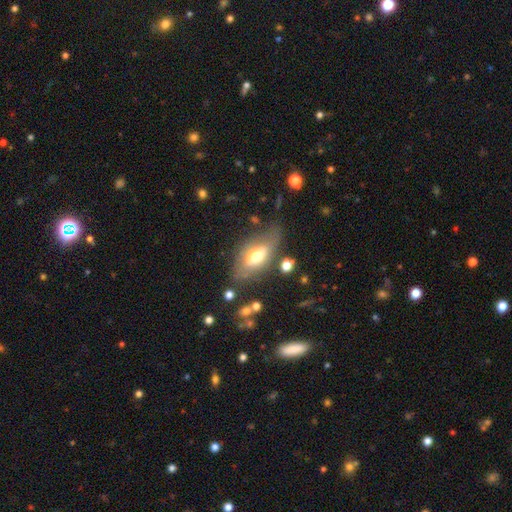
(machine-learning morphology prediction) Smooth or featured? Predicted: smooth (p=0.55). How rounded? Predicted: in between (p=0.81). Merging? Predicted: none (p=0.63).